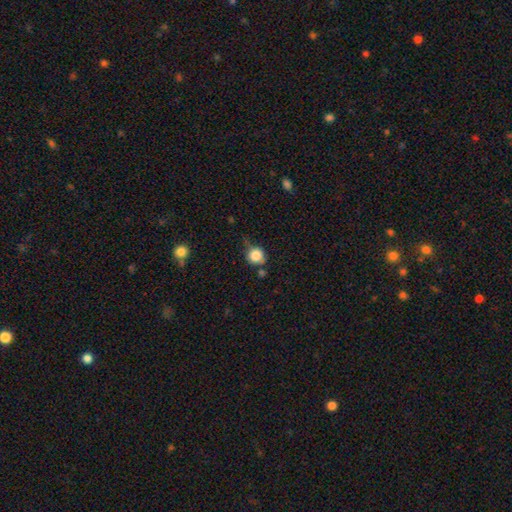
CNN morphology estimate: Overall: smooth (82%). How rounded: round (91%). Merging: none (66%).